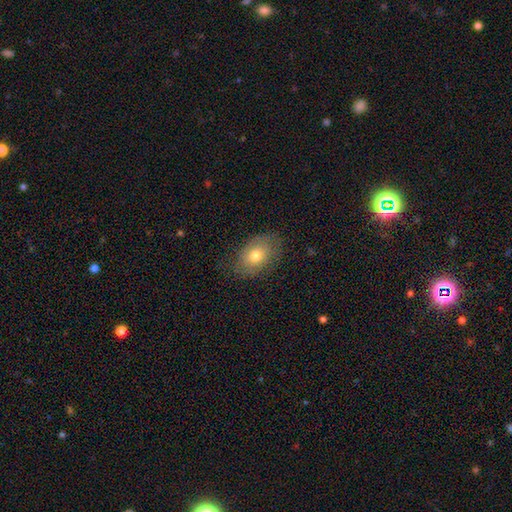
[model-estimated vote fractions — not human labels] A smooth galaxy with no disk features (70%) that is in between round and cigar-shaped (81%).

Vote fractions:
- Smooth or featured? smooth: 70% / featured or disk: 21% / star or artifact: 9%
- How rounded? in between: 81% / round: 18% / cigar-shaped: 1%
- Merging? none: 75% / minor disturbance: 18% / major disturbance: 6% / merger: 1%